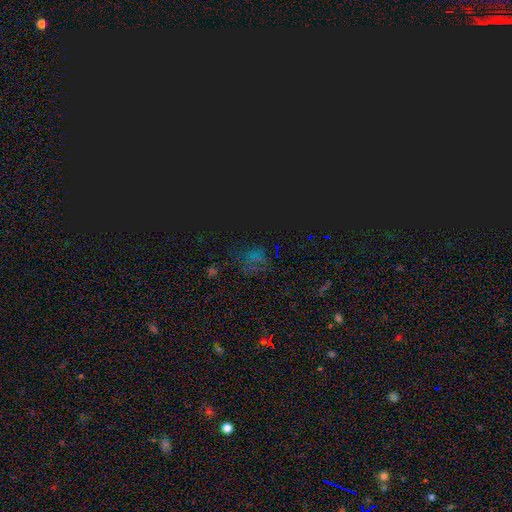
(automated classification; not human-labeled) This appears to be a star or artifact, not a galaxy (65%).